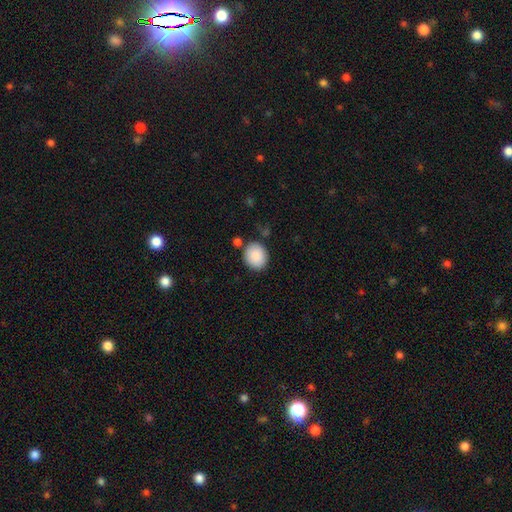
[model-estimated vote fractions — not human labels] Smooth or featured? Predicted: smooth (p=0.89). How rounded? Predicted: round (p=0.65). Merging? Predicted: none (p=0.81).